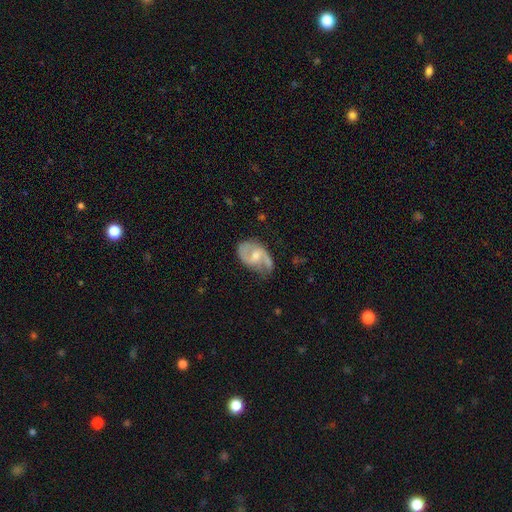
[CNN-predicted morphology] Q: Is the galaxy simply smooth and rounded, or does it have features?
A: featured or disk — 80%.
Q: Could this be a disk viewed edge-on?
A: no — 97%.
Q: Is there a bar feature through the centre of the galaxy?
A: weak — 52%.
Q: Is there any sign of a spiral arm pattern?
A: yes — 93%.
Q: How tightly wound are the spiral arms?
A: medium — 49%.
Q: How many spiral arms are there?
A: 2 — 85%.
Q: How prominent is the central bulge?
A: moderate — 54%.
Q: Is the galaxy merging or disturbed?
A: none — 59%.